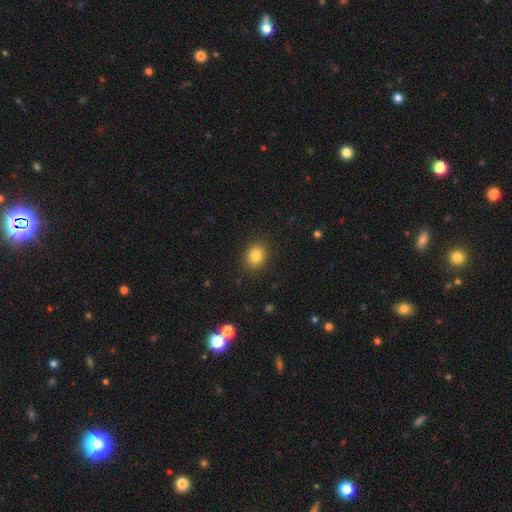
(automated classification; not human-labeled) The model was most divided on "how rounded": round: 55%, in between: 44%, cigar-shaped: 1%. More confident: merging — none (89%); smooth or featured — smooth (84%).